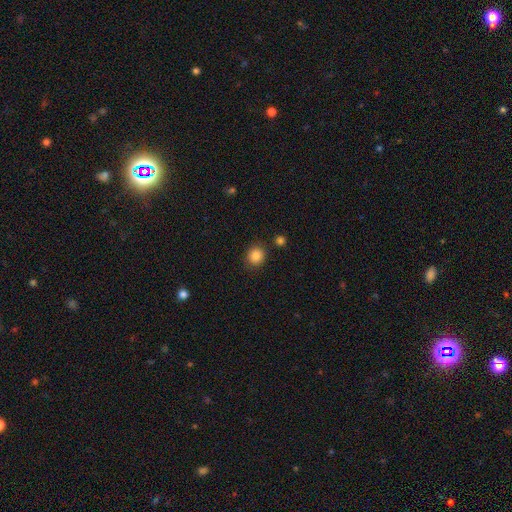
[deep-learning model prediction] A smooth galaxy with no disk features (86%) that is round (84%). Merging: none (85%).